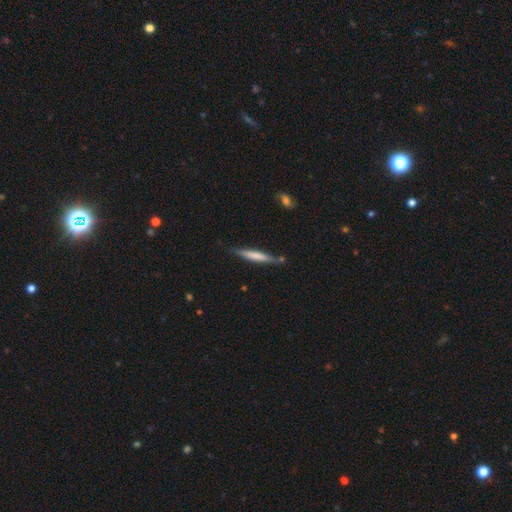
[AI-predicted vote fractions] Smooth or featured? smooth (58%)
How rounded? cigar-shaped (93%)
Merging? none (76%)